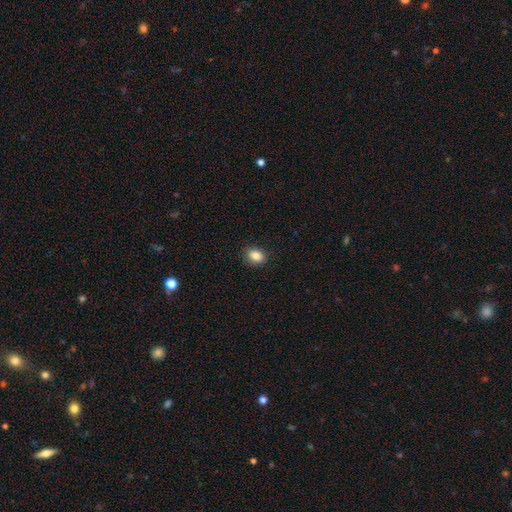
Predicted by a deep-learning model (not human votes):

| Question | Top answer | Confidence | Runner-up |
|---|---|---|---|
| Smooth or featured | smooth | 86% | star or artifact (9%) |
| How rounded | in between | 66% | round (33%) |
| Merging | none | 87% | minor disturbance (10%) |